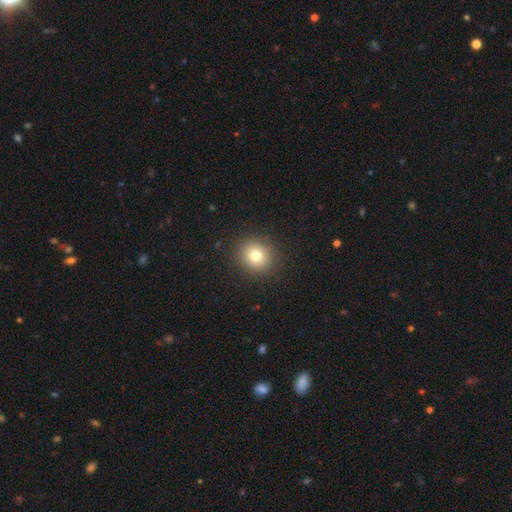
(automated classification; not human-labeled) smooth_or_featured: smooth (p=0.78) [alt: star or artifact p=0.13]
how_rounded: round (p=0.85) [alt: in between p=0.14]
merging: none (p=0.90) [alt: minor disturbance p=0.07]